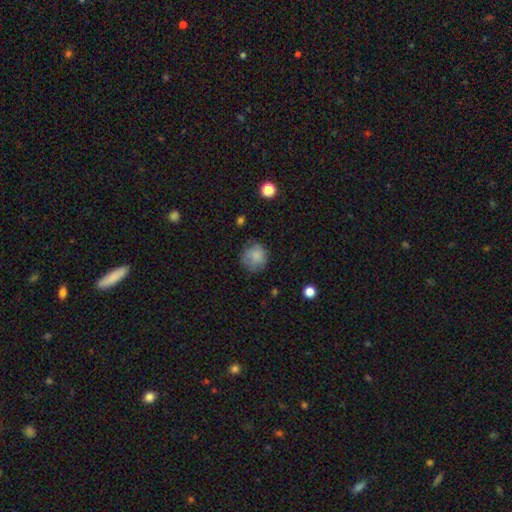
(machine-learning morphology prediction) smooth 80%, featured or disk 11%, star or artifact 9%. Down the decision tree: how rounded — round (86%); merging — none (69%).